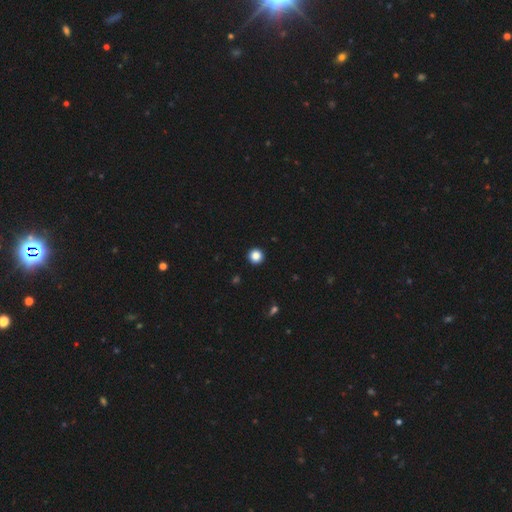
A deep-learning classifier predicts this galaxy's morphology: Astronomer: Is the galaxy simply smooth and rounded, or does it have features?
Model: smooth — 85%.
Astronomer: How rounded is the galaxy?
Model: round — 96%.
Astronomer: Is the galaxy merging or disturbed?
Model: none — 94%.